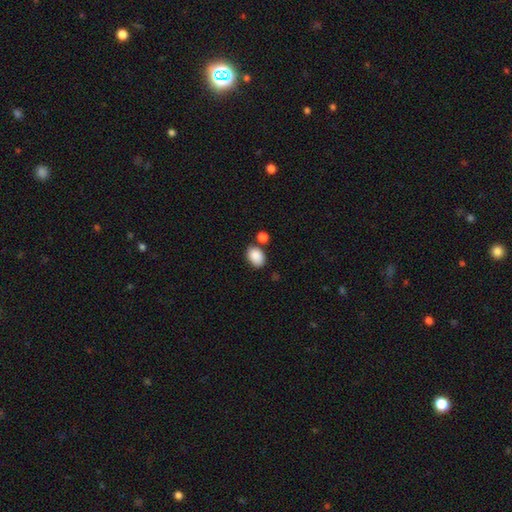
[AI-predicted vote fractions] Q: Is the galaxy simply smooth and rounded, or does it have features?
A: smooth — 88%.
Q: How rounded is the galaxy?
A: in between — 78%.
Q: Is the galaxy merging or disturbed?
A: none — 68%.